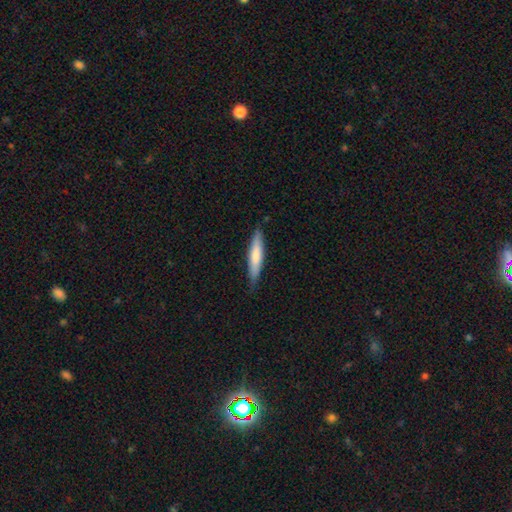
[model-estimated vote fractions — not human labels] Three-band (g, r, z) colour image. It shows a smooth galaxy with no disk features (71%) that is cigar-shaped (88%). Merging: none (84%).